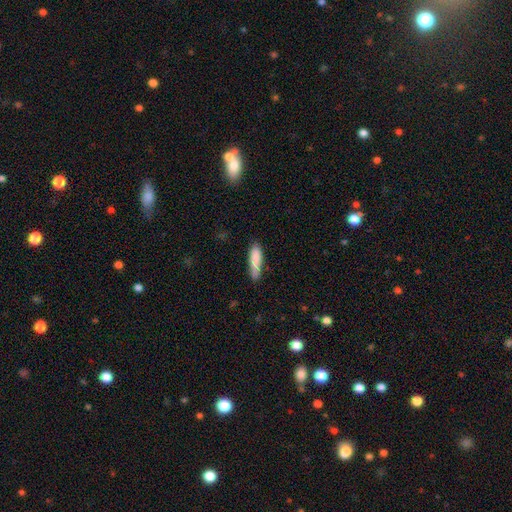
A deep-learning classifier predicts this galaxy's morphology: Smooth or featured: smooth — 82% (featured or disk — 11%)
How rounded: cigar-shaped — 71% (in between — 27%)
Merging: none — 66% (minor disturbance — 25%)